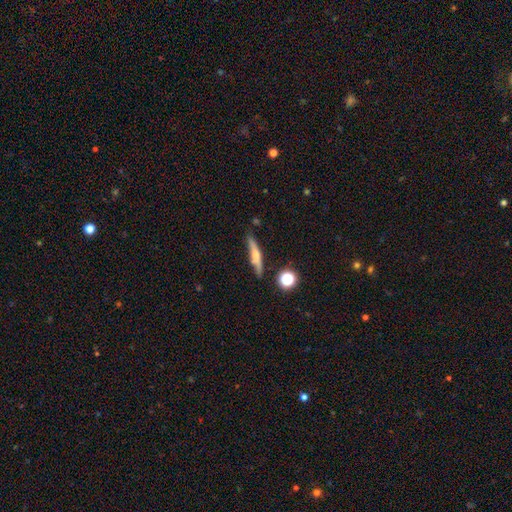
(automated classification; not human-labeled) Smooth or featured: smooth — 50% (featured or disk — 41%)
How rounded: cigar-shaped — 85% (in between — 12%)
Merging: none — 78% (minor disturbance — 14%)